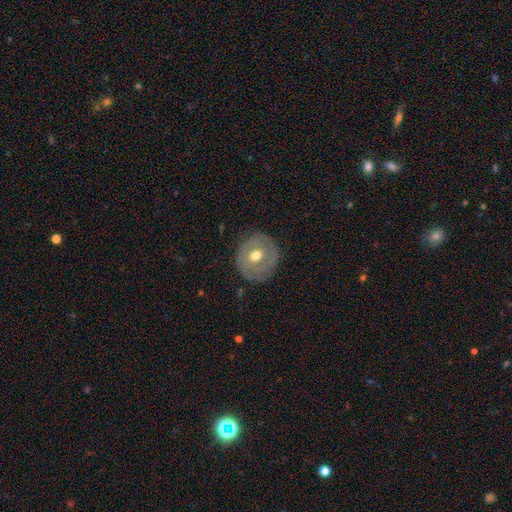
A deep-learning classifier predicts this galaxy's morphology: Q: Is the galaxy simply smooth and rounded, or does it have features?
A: featured or disk — 57%.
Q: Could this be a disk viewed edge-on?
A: no — 95%.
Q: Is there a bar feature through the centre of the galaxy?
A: no — 67%.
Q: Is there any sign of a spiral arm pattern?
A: no — 53%.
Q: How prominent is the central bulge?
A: moderate — 79%.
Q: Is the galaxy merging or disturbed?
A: none — 80%.